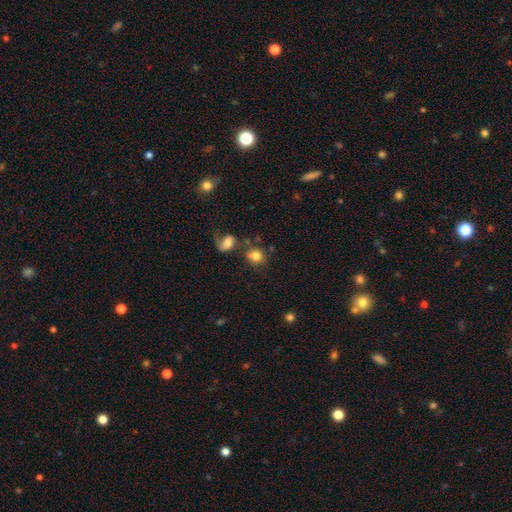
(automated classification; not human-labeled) Q: Smooth or featured?
A: smooth (79%); runner-up: featured or disk (11%)
Q: How rounded?
A: round (68%); runner-up: in between (31%)
Q: Merging?
A: none (58%); runner-up: merger (20%)